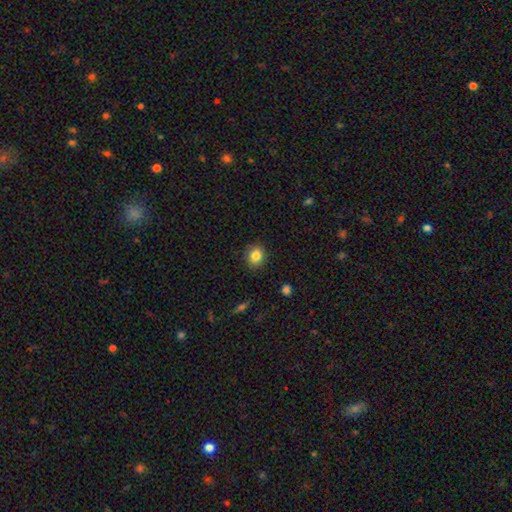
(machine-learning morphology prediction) A smooth galaxy with no disk features (85%) that is round (65%).

Vote fractions:
- Smooth or featured? smooth: 85% / star or artifact: 10% / featured or disk: 6%
- How rounded? round: 65% / in between: 34% / cigar-shaped: 1%
- Merging? none: 88% / minor disturbance: 8% / major disturbance: 2% / merger: 1%